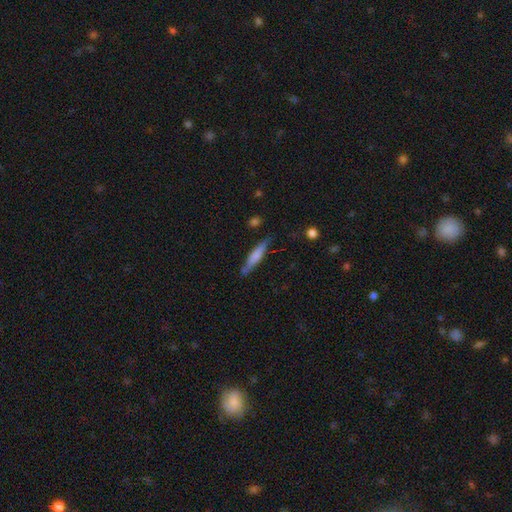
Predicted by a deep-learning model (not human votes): This is likely a smooth galaxy (61%). How rounded: clearly cigar-shaped (86%). Merging: likely none (75%).